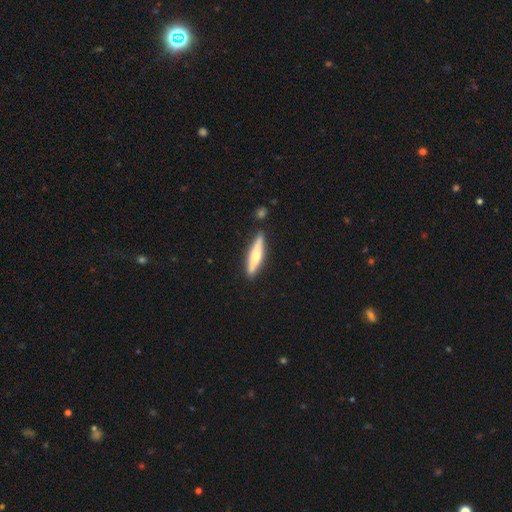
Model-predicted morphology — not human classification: smooth 50%, featured or disk 44%, star or artifact 5%. Down the decision tree: how rounded — cigar-shaped (85%); merging — none (85%).